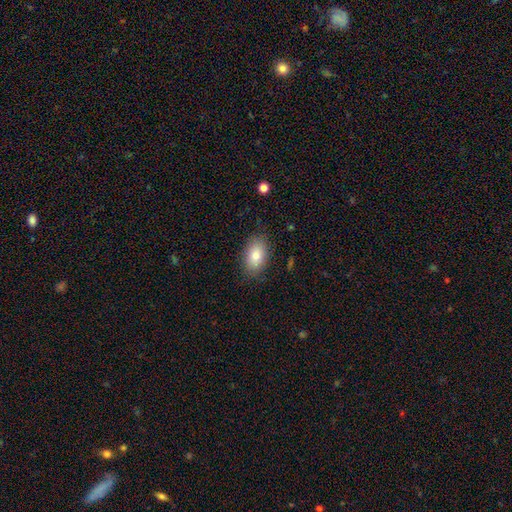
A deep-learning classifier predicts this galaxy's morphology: smooth_or_featured: smooth (p=0.79) [alt: featured or disk p=0.12]
how_rounded: in between (p=0.89) [alt: round p=0.10]
merging: none (p=0.85) [alt: minor disturbance p=0.11]